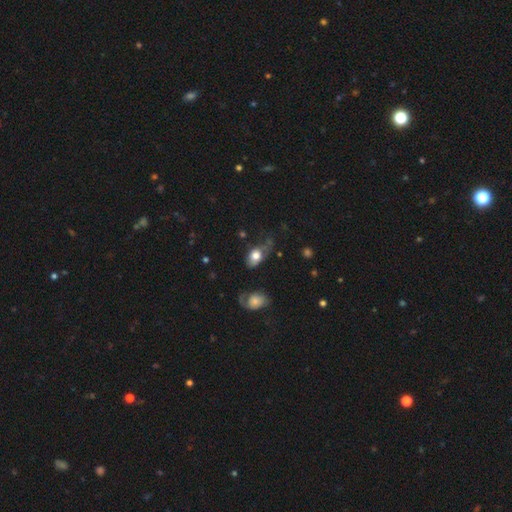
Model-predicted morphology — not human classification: type=smooth (72%); roundness=in between (80%); merging=none (37%).